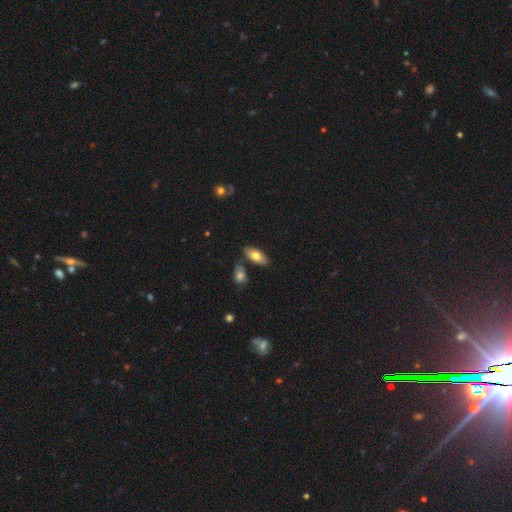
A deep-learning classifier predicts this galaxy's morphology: Smooth or featured? Predicted: smooth (p=0.75). How rounded? Predicted: in between (p=0.86). Merging? Predicted: none (p=0.77).